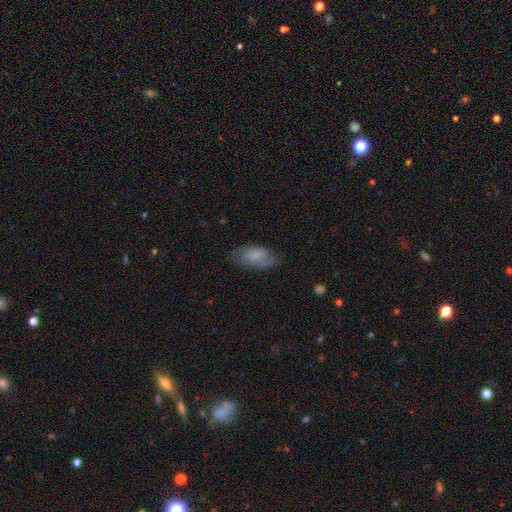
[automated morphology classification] Smooth or featured? smooth (54%)
How rounded? in between (90%)
Merging? none (68%)